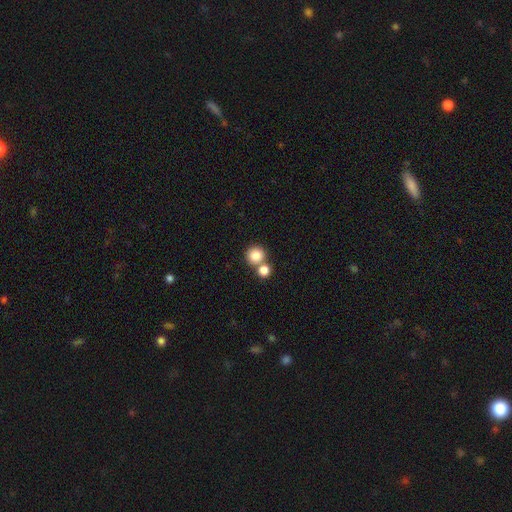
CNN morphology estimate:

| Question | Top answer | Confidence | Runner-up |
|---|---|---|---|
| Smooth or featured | smooth | 84% | star or artifact (10%) |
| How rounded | round | 91% | in between (8%) |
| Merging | none | 56% | merger (35%) |